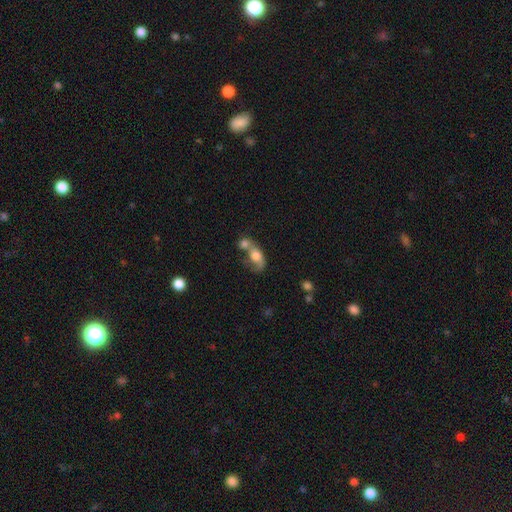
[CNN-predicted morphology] Smooth or featured?
  - smooth: 65% *
  - featured or disk: 25%
  - star or artifact: 10%
How rounded?
  - in between: 73% *
  - round: 23%
  - cigar-shaped: 4%
Merging?
  - merger: 64% *
  - none: 14%
  - major disturbance: 13%
  - minor disturbance: 9%